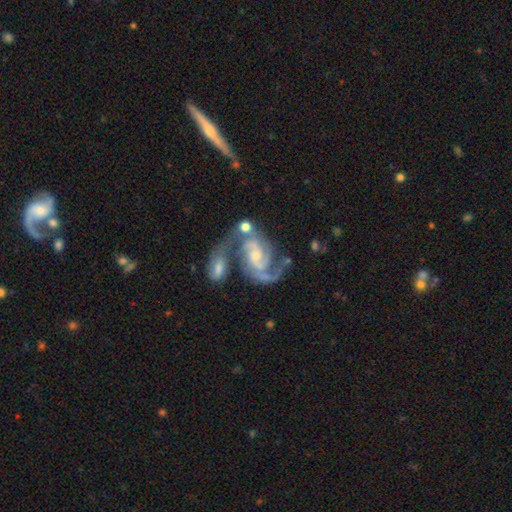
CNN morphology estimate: The model was most divided on "bar": weak: 43%, no: 42%, strong: 15%. Remaining: spiral arms — yes (98%); edge-on disk — no (98%); smooth or featured — featured or disk (91%); spiral arm count — 2 (85%); spiral winding — medium (56%); bulge size — small (51%); merging — none (42%).